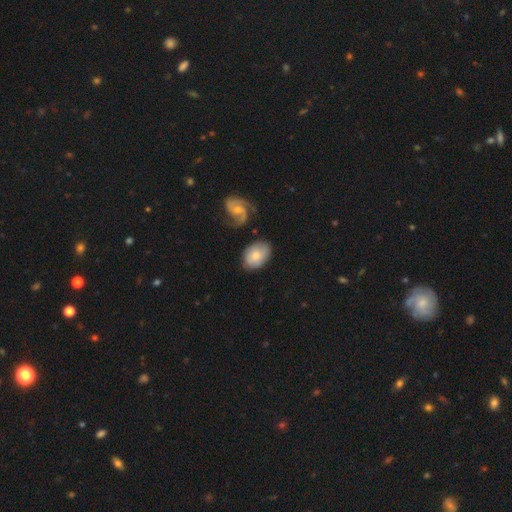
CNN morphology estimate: Smooth or featured? Predicted: smooth (p=0.65). How rounded? Predicted: in between (p=0.79). Merging? Predicted: none (p=0.69).